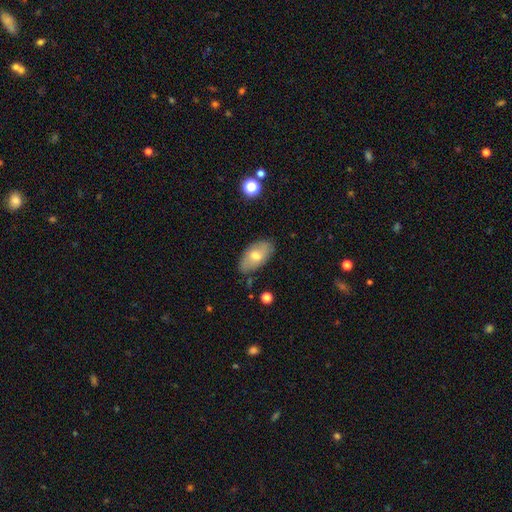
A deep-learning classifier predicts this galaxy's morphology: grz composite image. It shows a smooth galaxy with no disk features (66%) that is in between round and cigar-shaped (93%). Merging: none (79%).